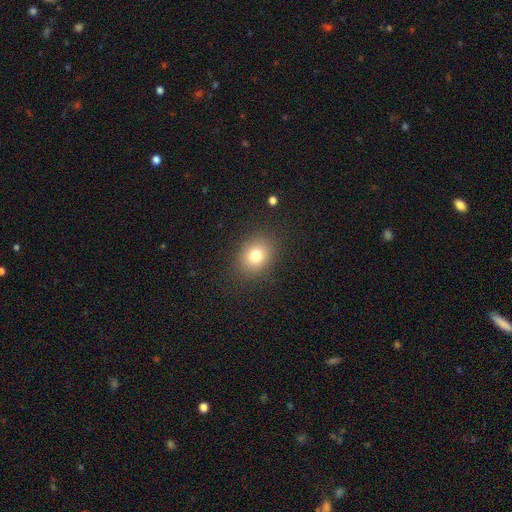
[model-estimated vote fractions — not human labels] A smooth galaxy with no disk features (77%) that is round (51%). Merging: none (87%).